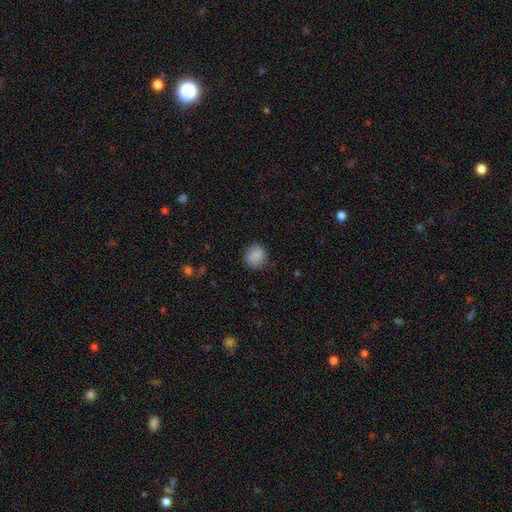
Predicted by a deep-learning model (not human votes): Q: Smooth or featured?
A: smooth (88%); runner-up: star or artifact (8%)
Q: How rounded?
A: round (89%); runner-up: in between (10%)
Q: Merging?
A: none (87%); runner-up: minor disturbance (9%)